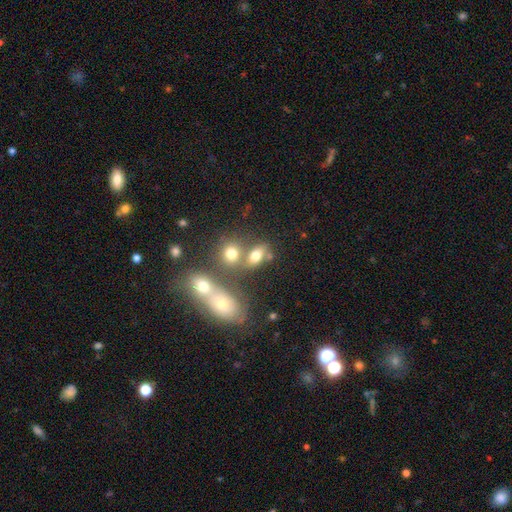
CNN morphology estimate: Overall: smooth (70%). How rounded: in between (72%). Merging: none (48%; merger 33%).